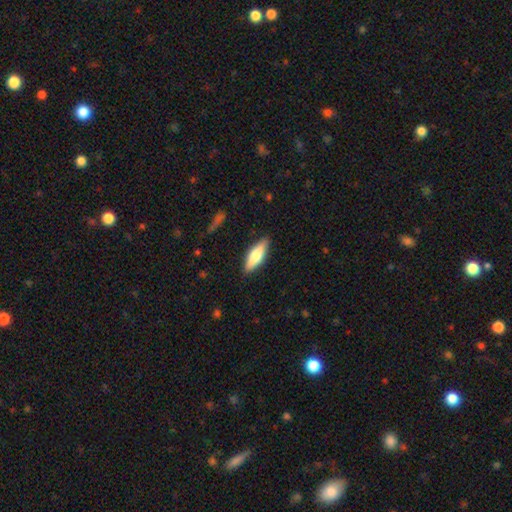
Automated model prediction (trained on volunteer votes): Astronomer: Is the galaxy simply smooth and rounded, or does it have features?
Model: smooth — 67%.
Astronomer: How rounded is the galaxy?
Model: in between — 51% (runner-up: cigar-shaped, 47%).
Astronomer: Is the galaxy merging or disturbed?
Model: none — 87%.